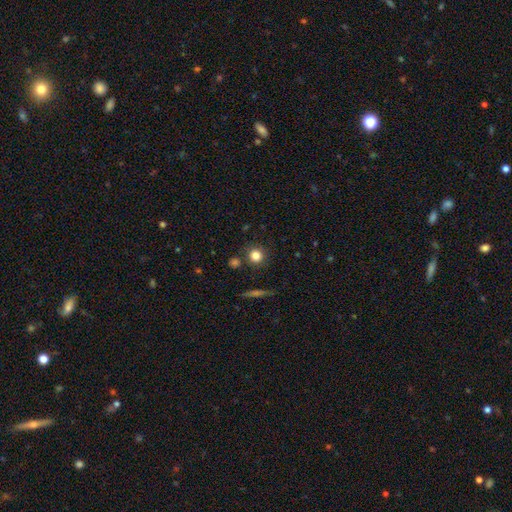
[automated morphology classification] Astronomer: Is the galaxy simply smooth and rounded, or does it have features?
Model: smooth — 82%.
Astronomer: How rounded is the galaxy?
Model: round — 89%.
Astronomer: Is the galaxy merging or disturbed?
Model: none — 83%.